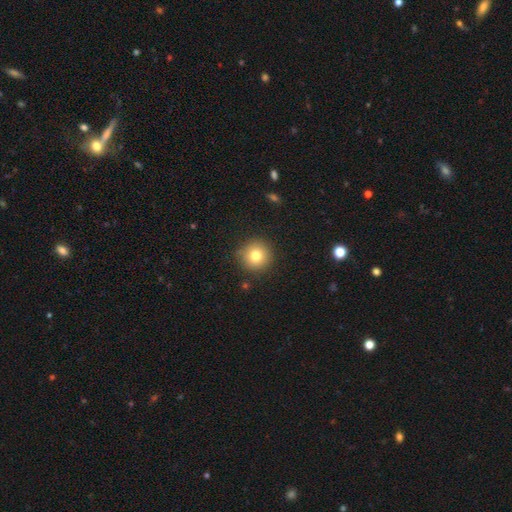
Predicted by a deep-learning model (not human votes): A smooth galaxy with no disk features (77%) that is round (95%). Merging: none (87%).